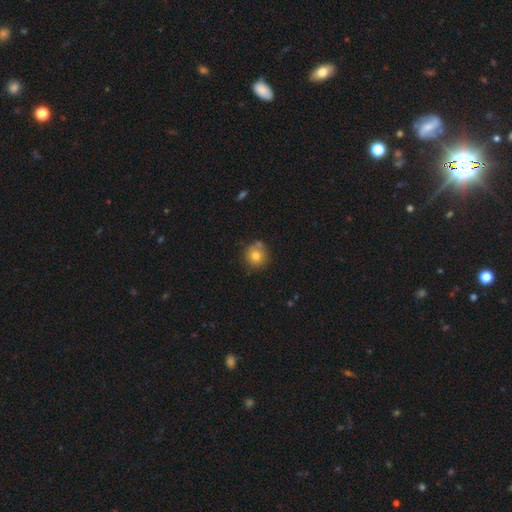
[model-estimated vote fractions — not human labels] This is likely a smooth galaxy (76%). How rounded: clearly round (91%). Merging: likely none (73%).